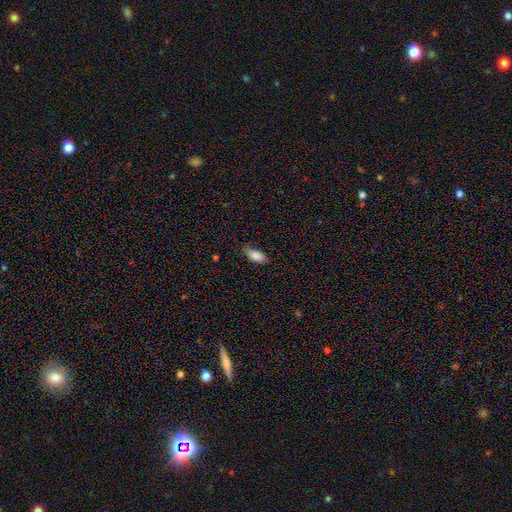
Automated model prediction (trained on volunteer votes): Smooth or featured?
  - smooth: 86% *
  - featured or disk: 7%
  - star or artifact: 7%
How rounded?
  - in between: 87% *
  - cigar-shaped: 11%
  - round: 2%
Merging?
  - none: 80% *
  - minor disturbance: 17%
  - major disturbance: 3%
  - merger: 1%